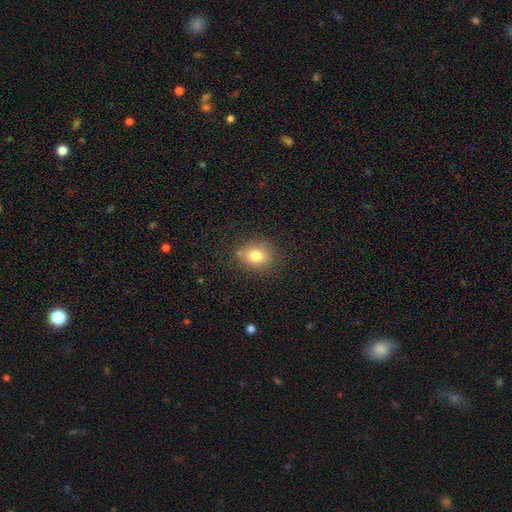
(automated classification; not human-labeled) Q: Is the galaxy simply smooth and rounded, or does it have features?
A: smooth — 79%.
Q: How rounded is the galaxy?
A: round — 51%.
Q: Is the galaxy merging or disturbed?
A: none — 79%.